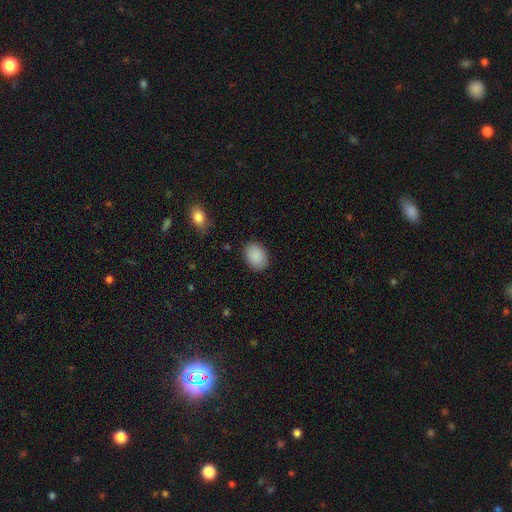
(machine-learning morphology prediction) This is clearly a smooth galaxy (90%). How rounded: likely in between (74%). Merging: clearly none (88%).